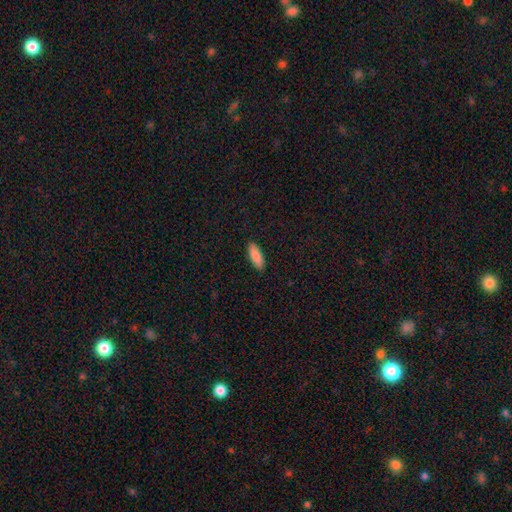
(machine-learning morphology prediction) Overall: smooth (88%). How rounded: in between (66%; cigar-shaped 33%). Merging: none (90%).